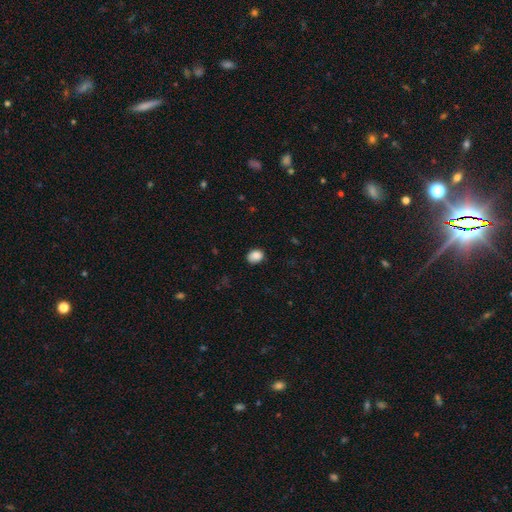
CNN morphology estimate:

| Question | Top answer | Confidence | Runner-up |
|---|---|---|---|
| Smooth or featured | smooth | 88% | star or artifact (9%) |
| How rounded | in between | 56% | round (43%) |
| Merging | none | 79% | minor disturbance (17%) |